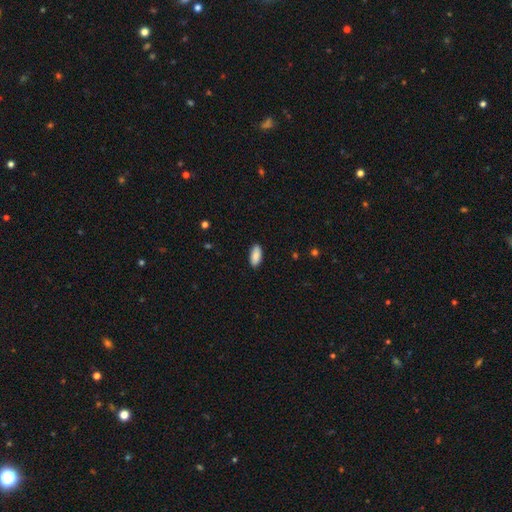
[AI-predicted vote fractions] Morphology: type=smooth (89%); roundness=in between (89%); merging=none (89%).